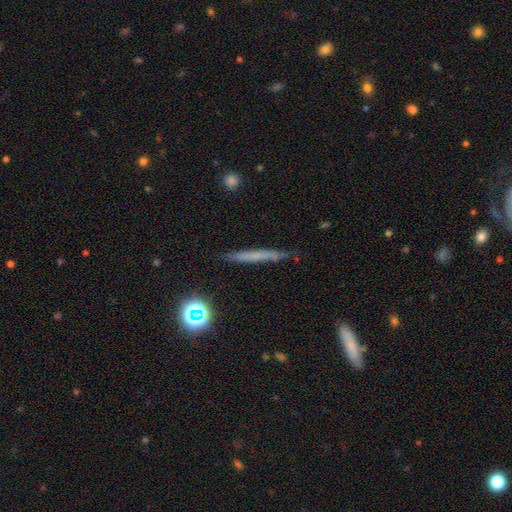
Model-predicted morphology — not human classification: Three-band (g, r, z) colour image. It shows a smooth galaxy with no disk features (51%) that is cigar-shaped (93%). Merging: none (85%).